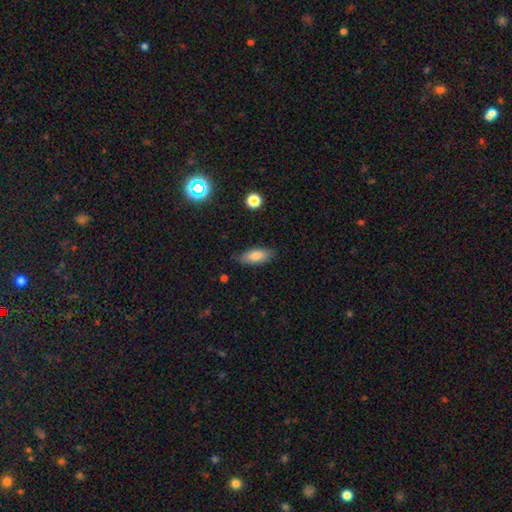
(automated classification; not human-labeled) Overall: smooth (80%). How rounded: in between (80%). Merging: none (79%).